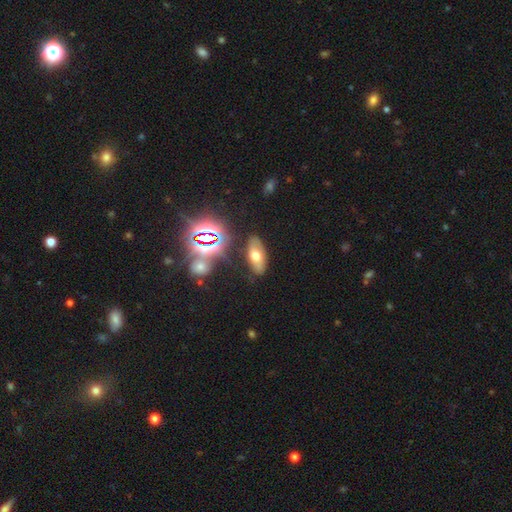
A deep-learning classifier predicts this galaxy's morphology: type=smooth (53%); roundness=in between (84%); merging=none (81%).